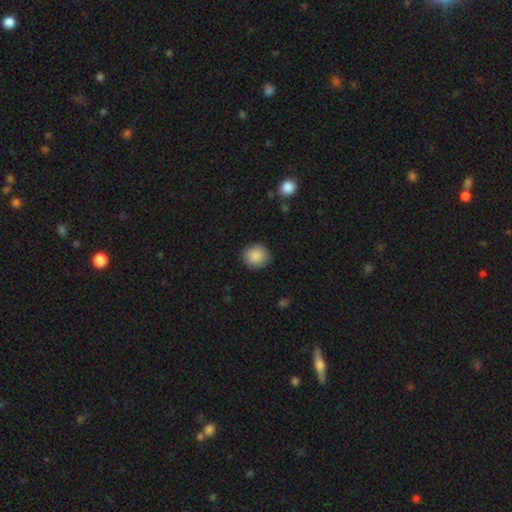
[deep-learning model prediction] Smooth or featured: smooth — 89% (star or artifact — 8%)
How rounded: round — 90% (in between — 10%)
Merging: none — 89% (minor disturbance — 8%)